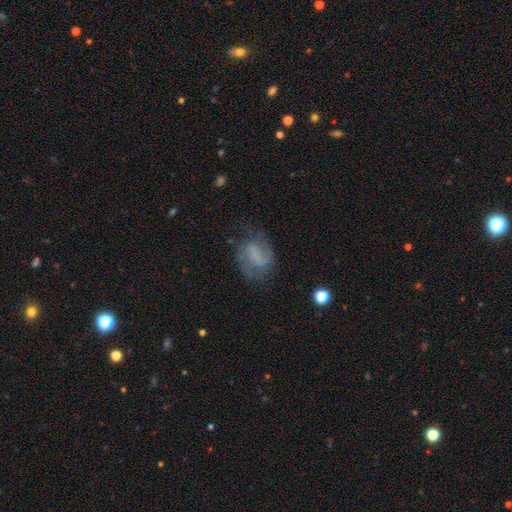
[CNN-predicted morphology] A featured or disk galaxy (62%) with a weak bar (41%), 2 (73%) medium (42%) spiral arms (83%) and no central bulge (67%). Merging: none (61%).